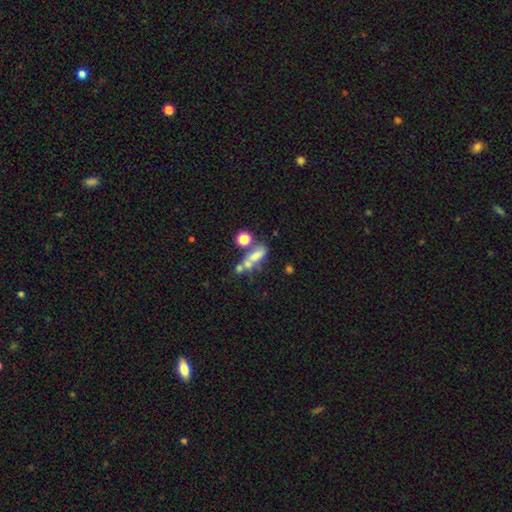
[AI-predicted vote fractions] Smooth or featured?
  - smooth: 56% *
  - featured or disk: 28%
  - star or artifact: 16%
How rounded?
  - in between: 61% *
  - cigar-shaped: 22%
  - round: 17%
Merging?
  - merger: 40% *
  - none: 29%
  - major disturbance: 16%
  - minor disturbance: 15%